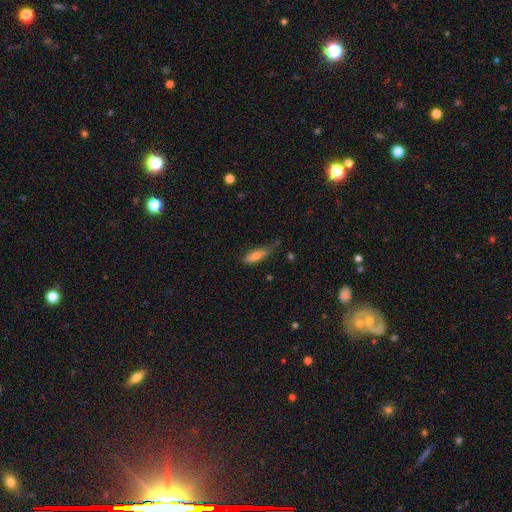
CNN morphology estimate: type=smooth (69%); roundness=cigar-shaped (57%); merging=none (48%).